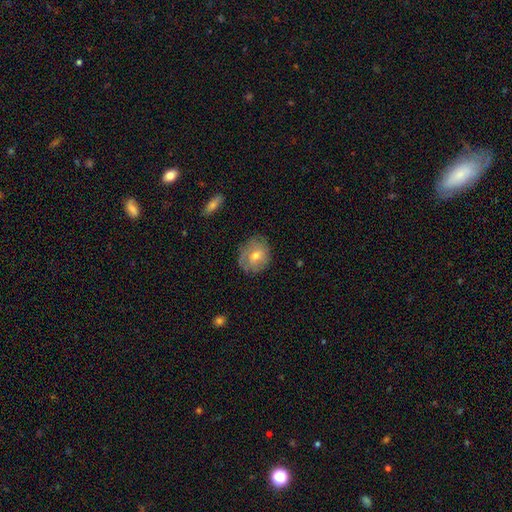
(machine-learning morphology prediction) Q: Smooth or featured?
A: smooth (46%); runner-up: featured or disk (45%)
Q: Merging?
A: none (75%); runner-up: minor disturbance (19%)